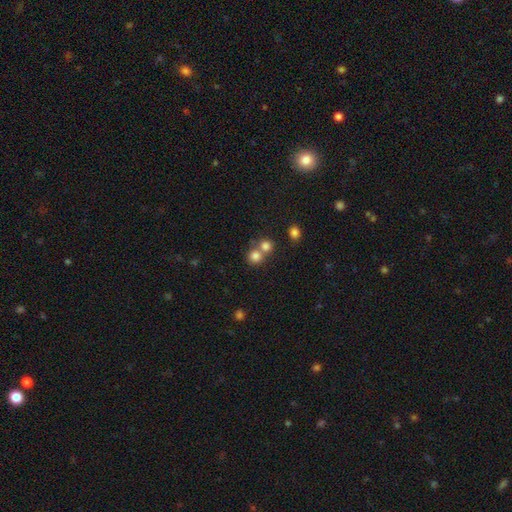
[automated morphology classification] smooth 80%, star or artifact 13%, featured or disk 8%. Down the decision tree: how rounded — round (87%); merging — none (50%).